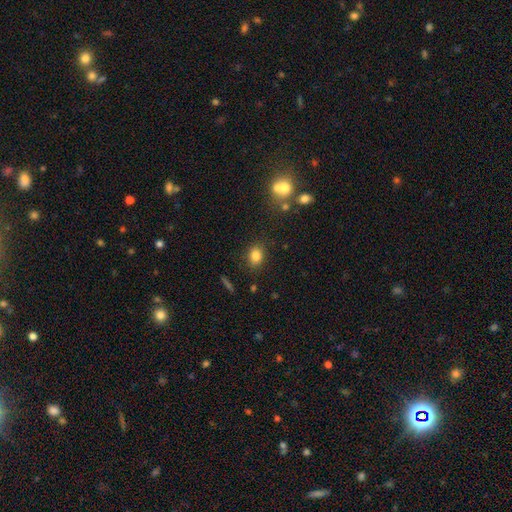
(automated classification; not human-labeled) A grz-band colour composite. It shows a smooth galaxy with no disk features (82%) that is in between round and cigar-shaped (54%). Merging: none (84%).